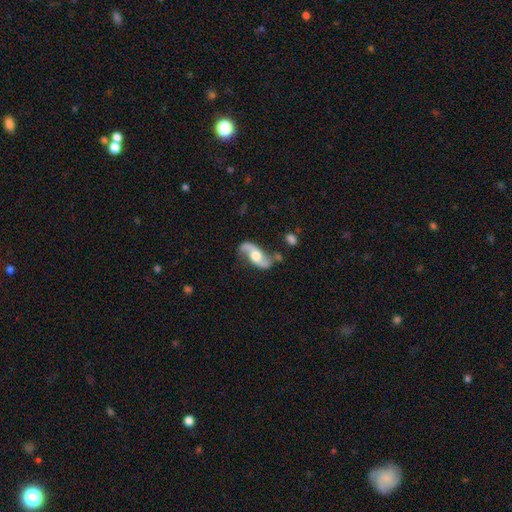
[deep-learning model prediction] Smooth or featured?
  - featured or disk: 82% *
  - smooth: 13%
  - star or artifact: 5%
Edge-on disk?
  - no: 94% *
  - yes: 6%
Bar?
  - no: 61% *
  - weak: 29%
  - strong: 10%
Spiral arms?
  - yes: 95% *
  - no: 5%
Spiral winding?
  - loose: 72% *
  - medium: 23%
  - tight: 6%
Spiral arm count?
  - 2: 93% *
  - 1: 2%
  - can't tell: 2%
  - 3: 1%
  - 4: 1%
  - more than 4: 1%
Bulge size?
  - moderate: 63% *
  - large: 23%
  - small: 10%
  - none: 2%
  - dominant: 2%
Merging?
  - none: 69% *
  - minor disturbance: 17%
  - major disturbance: 8%
  - merger: 6%